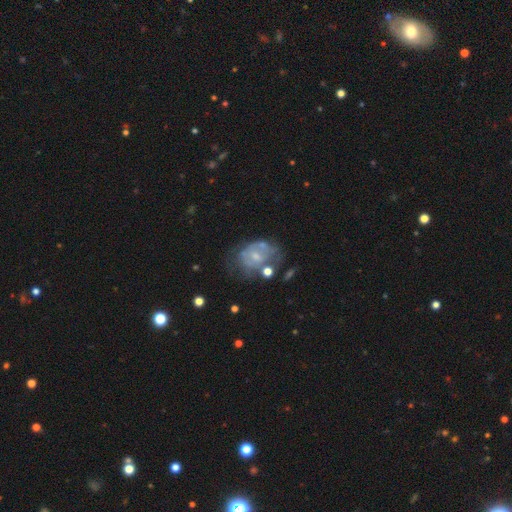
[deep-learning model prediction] The model was most divided on "merging": none: 33%, major disturbance: 28%, minor disturbance: 27%, merger: 12%. More confident: edge-on disk — no (97%); bar — no (71%); smooth or featured — featured or disk (62%); spiral arms — no (55%); bulge size — small (54%).